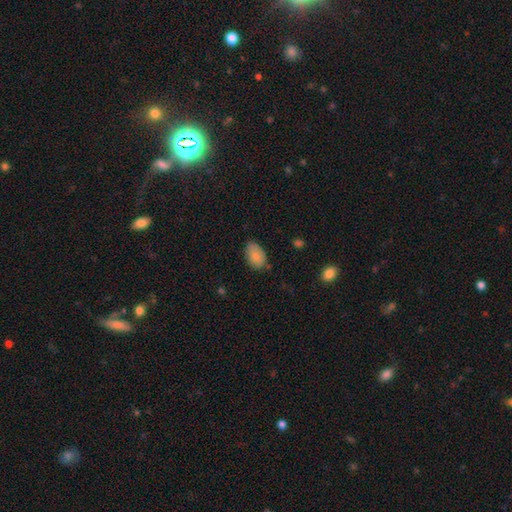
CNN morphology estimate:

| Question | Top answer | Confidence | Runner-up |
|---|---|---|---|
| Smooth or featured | smooth | 83% | featured or disk (9%) |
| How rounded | in between | 90% | round (8%) |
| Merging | none | 72% | minor disturbance (22%) |